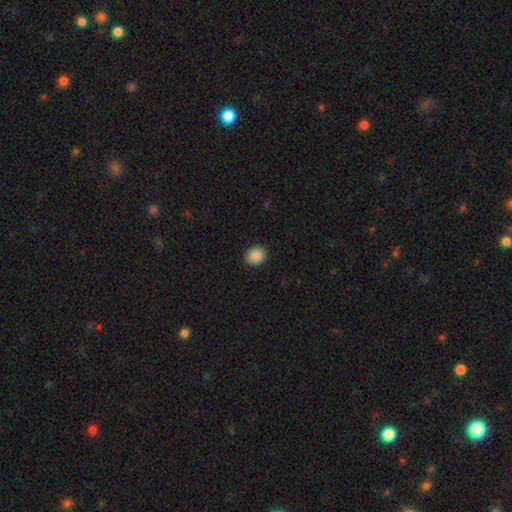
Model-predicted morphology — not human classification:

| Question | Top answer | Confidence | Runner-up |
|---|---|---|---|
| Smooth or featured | smooth | 89% | star or artifact (8%) |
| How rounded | round | 60% | in between (39%) |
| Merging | none | 91% | minor disturbance (6%) |